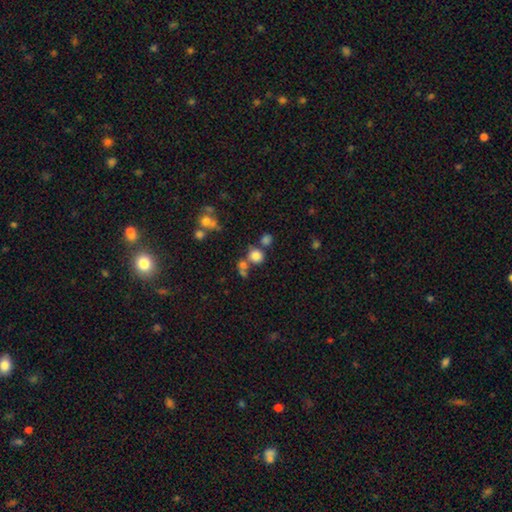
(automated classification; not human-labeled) A smooth galaxy with no disk features (79%) that is round (86%). Merging: none (60%).